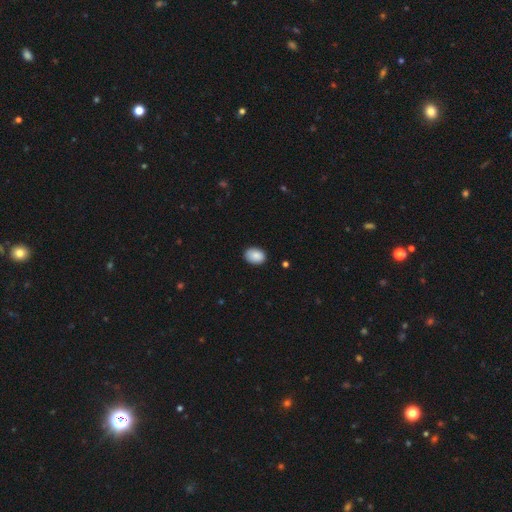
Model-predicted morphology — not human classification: Smooth or featured? Predicted: smooth (p=0.88). How rounded? Predicted: in between (p=0.80). Merging? Predicted: none (p=0.87).